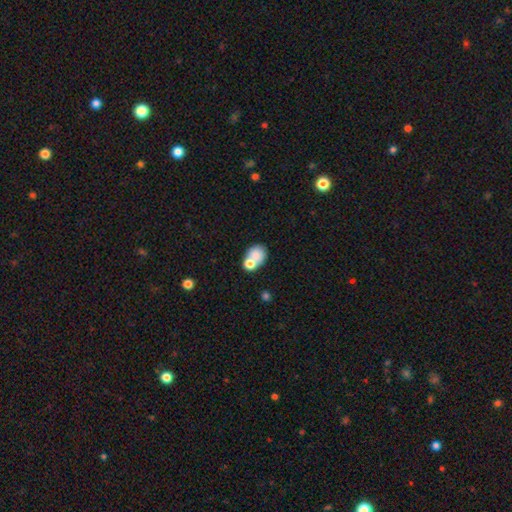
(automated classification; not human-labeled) This appears to be a smooth galaxy with no disk features (77%) that is in between round and cigar-shaped (52%). Merging: merger (45%).